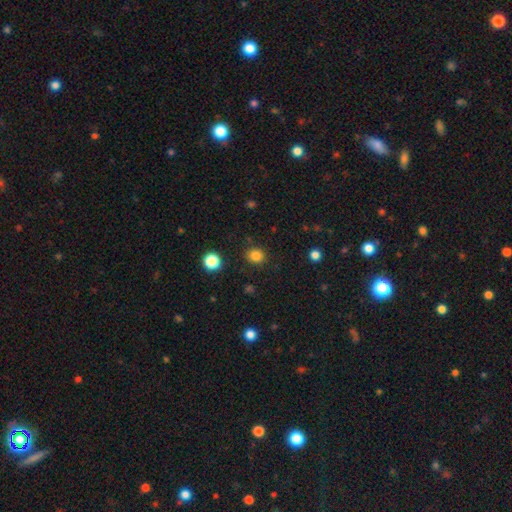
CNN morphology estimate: Q: Smooth or featured?
A: smooth (83%); runner-up: star or artifact (13%)
Q: How rounded?
A: round (81%); runner-up: in between (18%)
Q: Merging?
A: none (88%); runner-up: minor disturbance (8%)